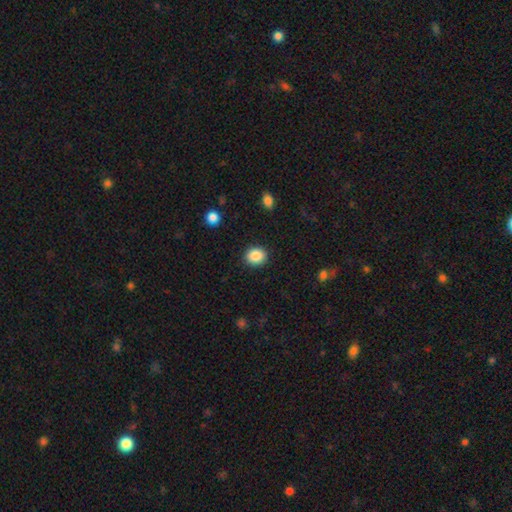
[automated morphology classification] Smooth or featured? Predicted: smooth (p=0.87). How rounded? Predicted: round (p=0.77). Merging? Predicted: none (p=0.90).